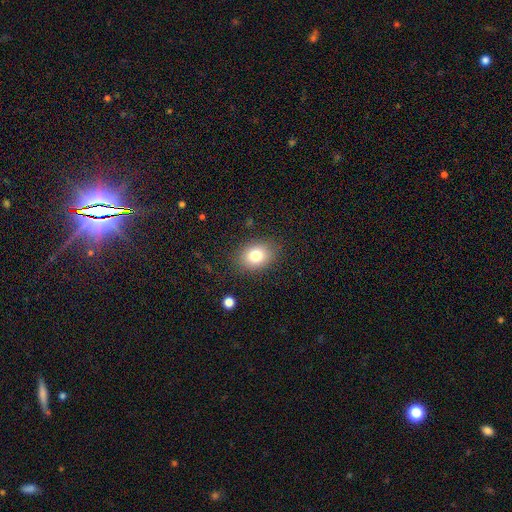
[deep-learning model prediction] This appears to be a smooth galaxy with no disk features (79%) that is in between round and cigar-shaped (61%). Merging: none (85%).